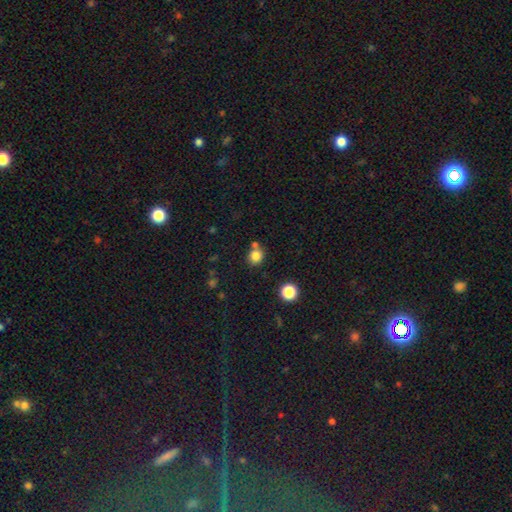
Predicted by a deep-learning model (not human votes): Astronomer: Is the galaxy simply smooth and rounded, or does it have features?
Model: smooth — 81%.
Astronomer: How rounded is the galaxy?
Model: round — 80%.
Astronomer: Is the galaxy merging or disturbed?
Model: none — 64%.